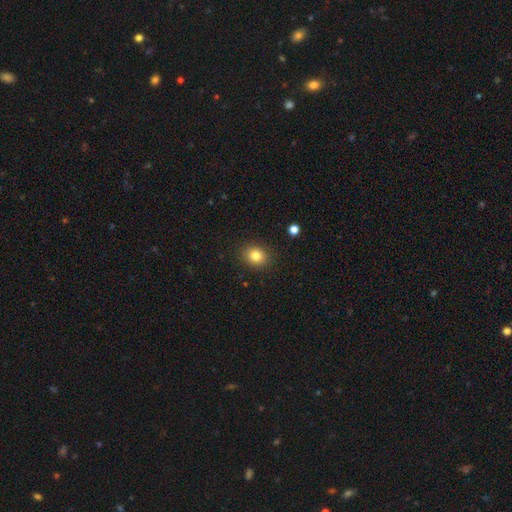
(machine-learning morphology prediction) Smooth or featured? smooth (82%)
How rounded? round (63%)
Merging? none (89%)